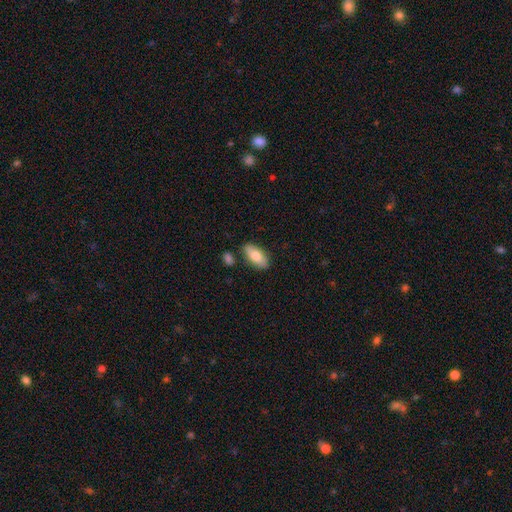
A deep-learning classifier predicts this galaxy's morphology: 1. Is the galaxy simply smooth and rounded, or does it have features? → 78% smooth, 16% featured or disk, 6% star or artifact.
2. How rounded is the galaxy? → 89% in between, 8% cigar-shaped, 3% round.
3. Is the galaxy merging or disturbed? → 82% none, 11% minor disturbance, 5% merger, 2% major disturbance.